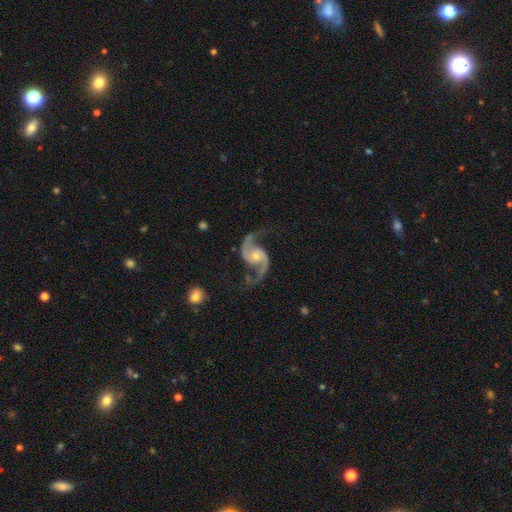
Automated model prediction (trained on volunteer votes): Smooth or featured? Predicted: featured or disk (p=0.94). Edge-on disk? Predicted: no (p=0.98). Bar? Predicted: no (p=0.61). Spiral arms? Predicted: yes (p=0.98). Spiral winding? Predicted: loose (p=0.56). Spiral arm count? Predicted: 2 (p=0.95). Bulge size? Predicted: small (p=0.50). Merging? Predicted: none (p=0.76).